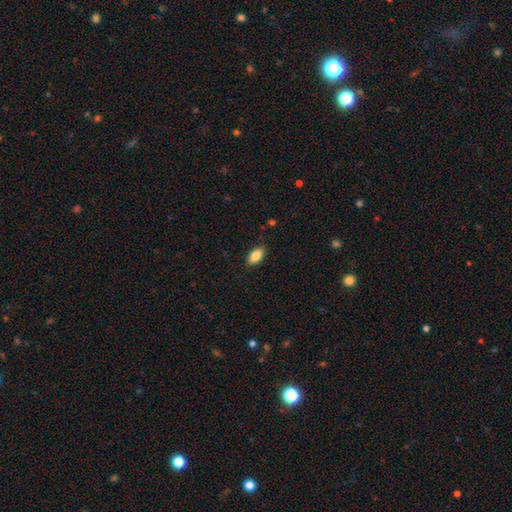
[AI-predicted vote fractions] Overall: smooth (85%). How rounded: in between (91%). Merging: none (86%).